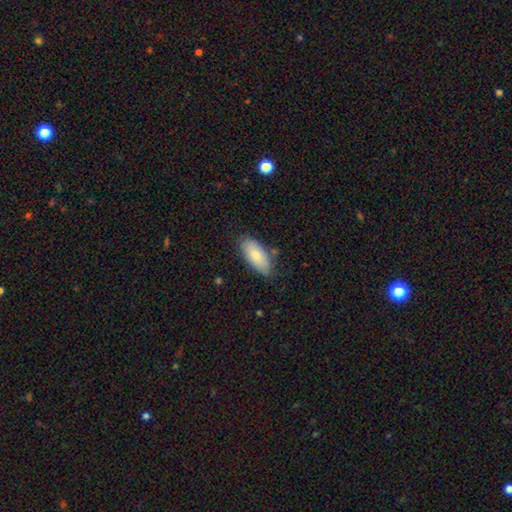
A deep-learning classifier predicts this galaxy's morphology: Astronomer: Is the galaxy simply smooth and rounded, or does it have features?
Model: smooth — 80%.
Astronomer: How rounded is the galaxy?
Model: in between — 89%.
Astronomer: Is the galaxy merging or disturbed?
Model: none — 78%.